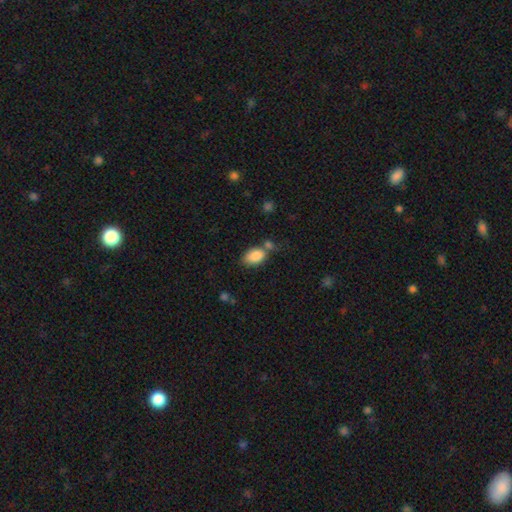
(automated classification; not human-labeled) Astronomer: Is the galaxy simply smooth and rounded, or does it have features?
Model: smooth — 86%.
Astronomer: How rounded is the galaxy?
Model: in between — 89%.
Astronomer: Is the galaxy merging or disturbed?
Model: none — 54%.